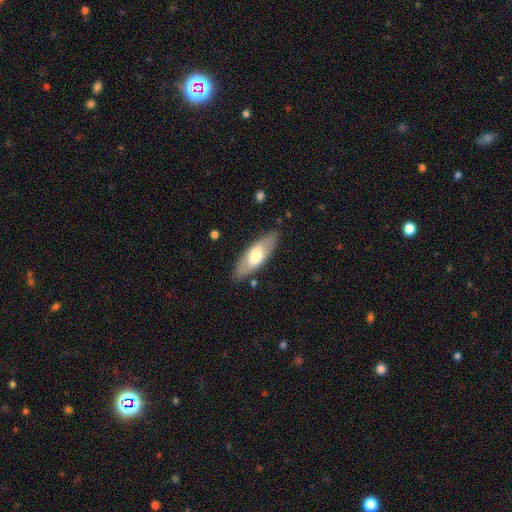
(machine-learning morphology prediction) The model was most divided on "smooth or featured": smooth: 61%, featured or disk: 33%, star or artifact: 5%. More confident: merging — none (84%); how rounded — in between (68%).